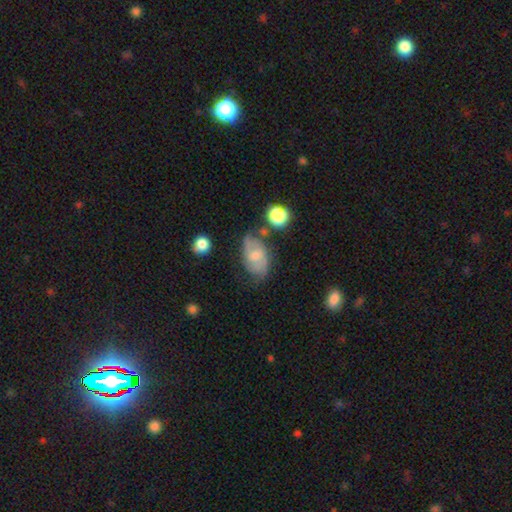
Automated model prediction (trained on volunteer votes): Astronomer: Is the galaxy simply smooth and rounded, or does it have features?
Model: featured or disk — 50% (runner-up: smooth, 41%).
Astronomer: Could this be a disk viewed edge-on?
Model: no — 94%.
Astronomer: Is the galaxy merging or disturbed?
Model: none — 56%.